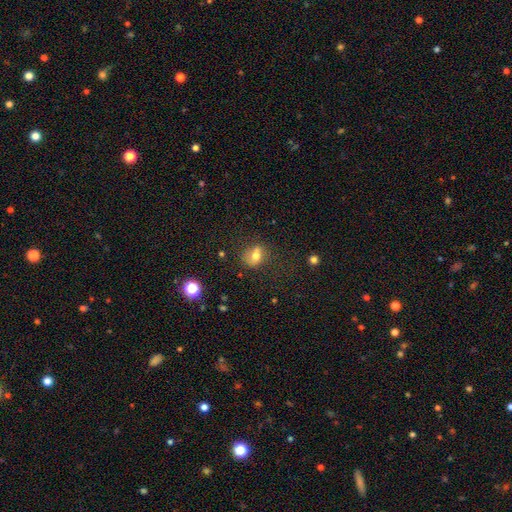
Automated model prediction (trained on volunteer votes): Smooth or featured?
  - smooth: 68% *
  - featured or disk: 18%
  - star or artifact: 14%
How rounded?
  - round: 59% *
  - in between: 40%
  - cigar-shaped: 1%
Merging?
  - none: 57% *
  - minor disturbance: 20%
  - merger: 15%
  - major disturbance: 8%